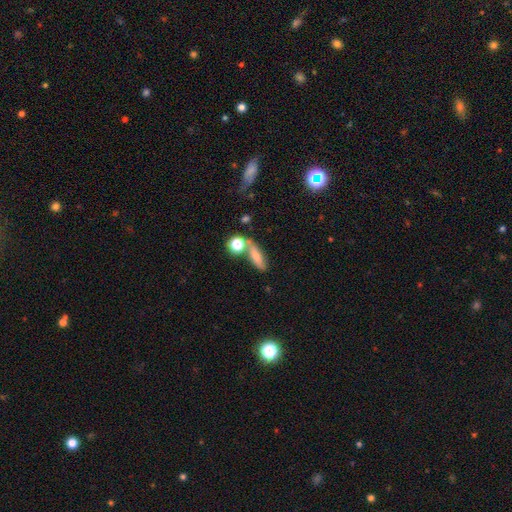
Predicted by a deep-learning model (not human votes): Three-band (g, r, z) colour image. It shows a smooth galaxy with no disk features (69%) that is in between round and cigar-shaped (45%). Merging: none (55%).